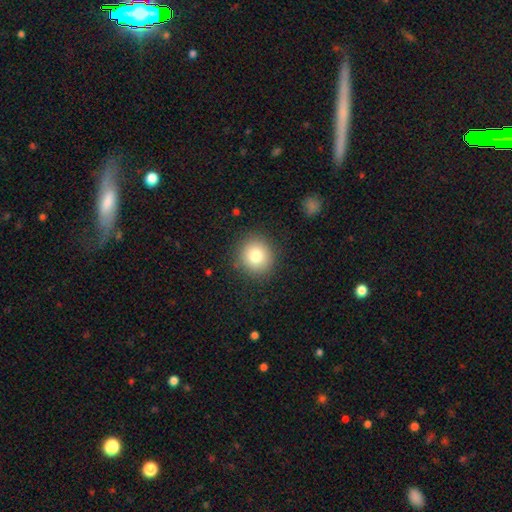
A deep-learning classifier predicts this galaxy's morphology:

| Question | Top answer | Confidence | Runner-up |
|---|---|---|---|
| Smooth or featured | smooth | 81% | star or artifact (10%) |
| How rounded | round | 90% | in between (9%) |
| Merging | none | 89% | minor disturbance (8%) |